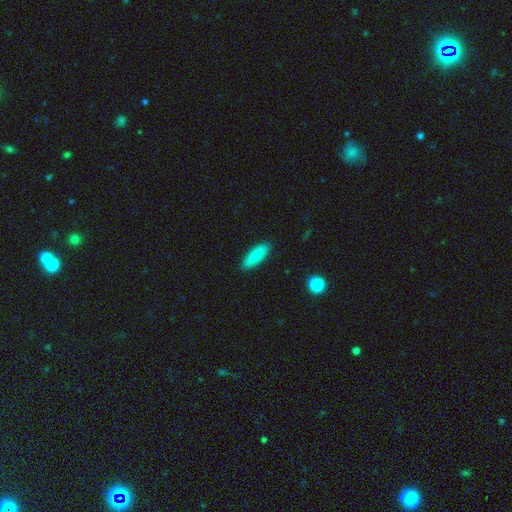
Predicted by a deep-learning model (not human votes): Q: Smooth or featured?
A: smooth (84%); runner-up: featured or disk (9%)
Q: How rounded?
A: in between (60%); runner-up: cigar-shaped (38%)
Q: Merging?
A: none (88%); runner-up: minor disturbance (9%)